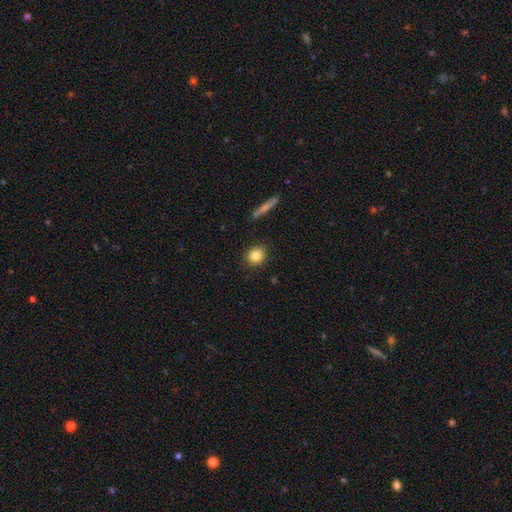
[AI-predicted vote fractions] smooth-or-featured: smooth: 83% | star or artifact: 10% | featured or disk: 8%
  how-rounded: round: 85% | in between: 13% | cigar-shaped: 1%
  merging: none: 90% | minor disturbance: 6% | major disturbance: 2% | merger: 1%